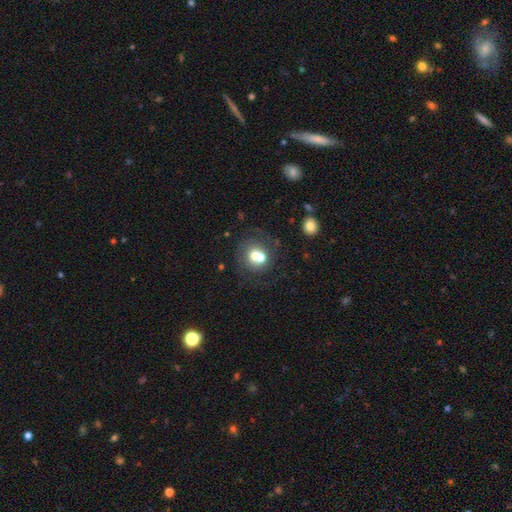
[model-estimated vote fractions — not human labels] smooth_or_featured: smooth (p=0.61) [alt: featured or disk p=0.28]
how_rounded: round (p=0.77) [alt: in between p=0.22]
merging: merger (p=0.41) [alt: none p=0.40]